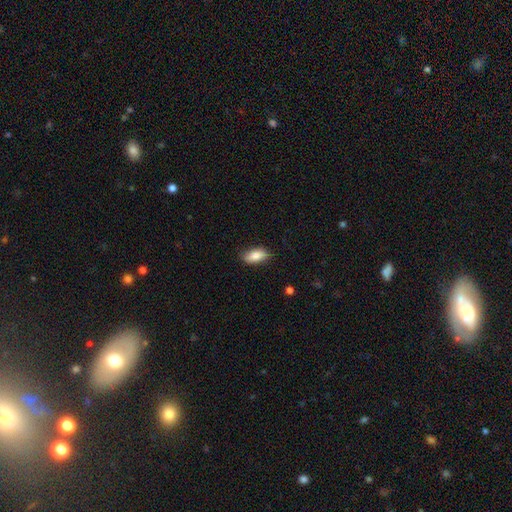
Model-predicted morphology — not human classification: smooth-or-featured: smooth: 83% | featured or disk: 10% | star or artifact: 7%
  how-rounded: in between: 87% | cigar-shaped: 10% | round: 3%
  merging: none: 81% | minor disturbance: 16% | major disturbance: 3% | merger: 1%